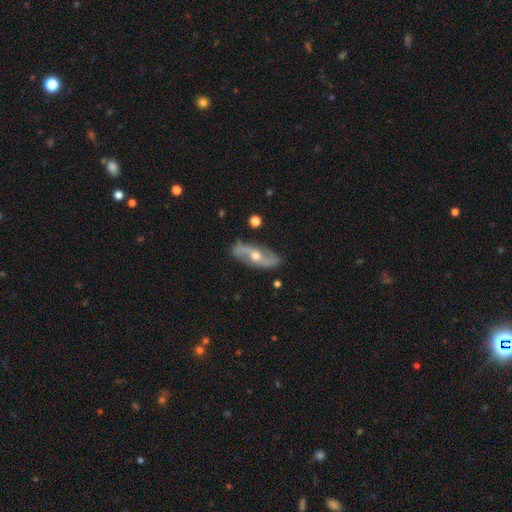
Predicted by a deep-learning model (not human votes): smooth-or-featured: featured or disk: 81% | smooth: 13% | star or artifact: 5%
  disk-edge-on: no: 87% | yes: 13%
    bar: no: 55% | weak: 30% | strong: 14%
    has-spiral-arms: yes: 91% | no: 9%
      spiral-winding: loose: 62% | medium: 27% | tight: 11%
      spiral-arm-count: 2: 92% | can't tell: 4% | 1: 1% | 3: 1% | 4: 1% | more than 4: 1%
    bulge-size: moderate: 69% | small: 26% | large: 3% | none: 1% | dominant: 1%
  merging: none: 83% | minor disturbance: 13% | major disturbance: 3% | merger: 2%